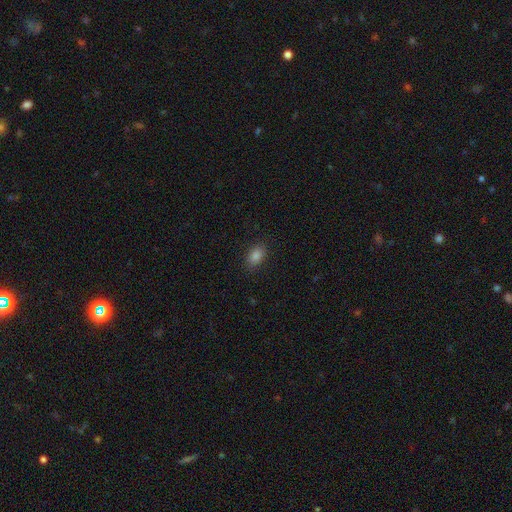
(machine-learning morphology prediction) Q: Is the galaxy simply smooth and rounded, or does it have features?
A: smooth — 84%.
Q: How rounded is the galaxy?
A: in between — 87%.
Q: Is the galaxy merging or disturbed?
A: none — 88%.